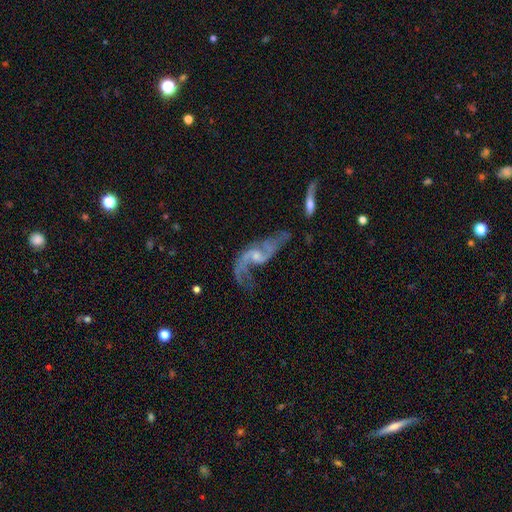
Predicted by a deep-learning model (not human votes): featured or disk 79%, smooth 11%, star or artifact 10%. Down the decision tree: edge-on disk — no (89%); bar — no (51%); spiral arms — yes (85%); spiral arm count — 2 (75%); spiral winding — loose (78%); bulge size — small (54%); merging — none (37%).